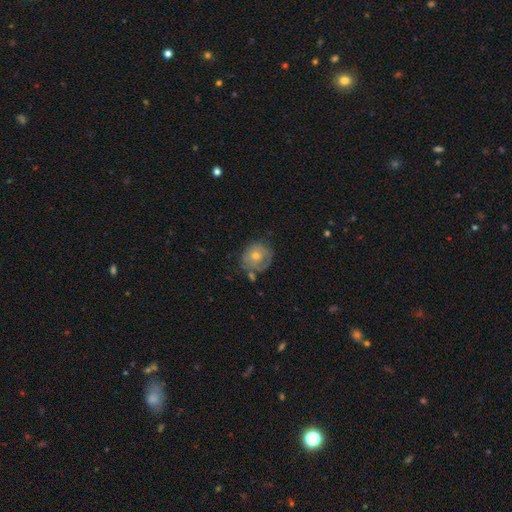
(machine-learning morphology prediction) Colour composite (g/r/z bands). It shows a featured or disk galaxy (49%). Merging: none (62%).